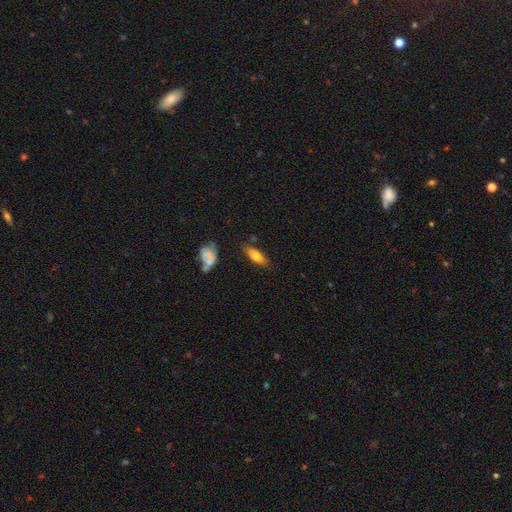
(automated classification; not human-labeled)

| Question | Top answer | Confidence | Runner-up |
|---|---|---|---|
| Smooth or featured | smooth | 69% | featured or disk (24%) |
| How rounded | in between | 63% | cigar-shaped (34%) |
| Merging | none | 77% | minor disturbance (16%) |